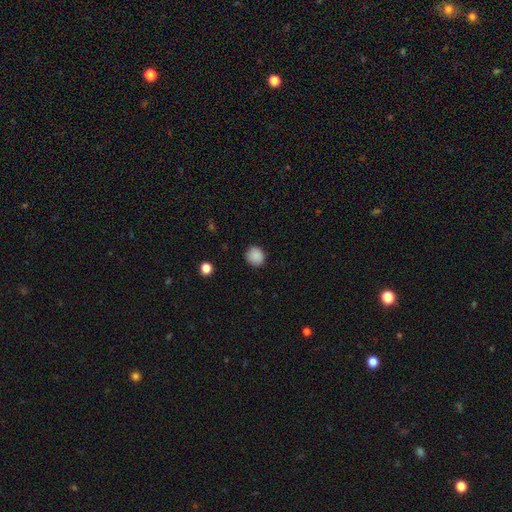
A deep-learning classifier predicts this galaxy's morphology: Smooth or featured: smooth — 88% (star or artifact — 9%)
How rounded: round — 84% (in between — 15%)
Merging: none — 88% (minor disturbance — 9%)